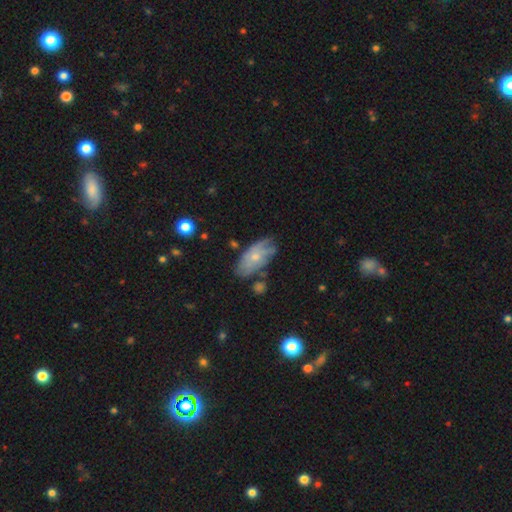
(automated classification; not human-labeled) Overall: featured or disk (54%; smooth 38%). Edge-on disk: no (88%). Merging: none (62%; minor disturbance 26%).